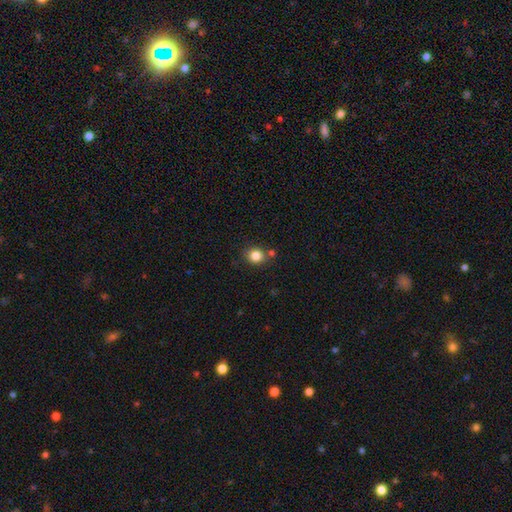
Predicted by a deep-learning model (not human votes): smooth_or_featured: smooth (p=0.83) [alt: star or artifact p=0.11]
how_rounded: round (p=0.76) [alt: in between p=0.24]
merging: none (p=0.75) [alt: minor disturbance p=0.11]